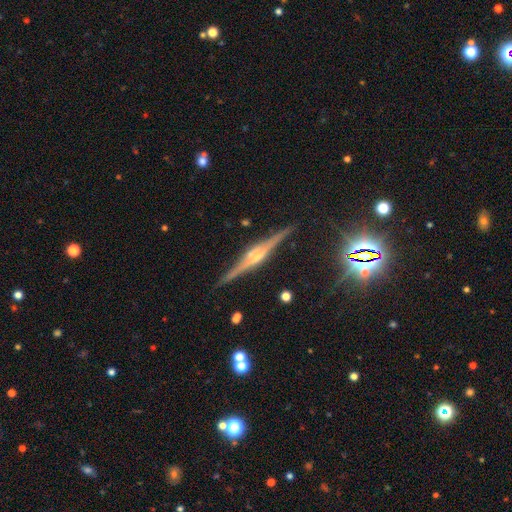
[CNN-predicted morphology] The model was most divided on "edge-on bulge": rounded: 62%, boxy: 31%, none: 7%. More confident: edge-on disk — yes (98%); merging — none (89%); smooth or featured — featured or disk (83%).